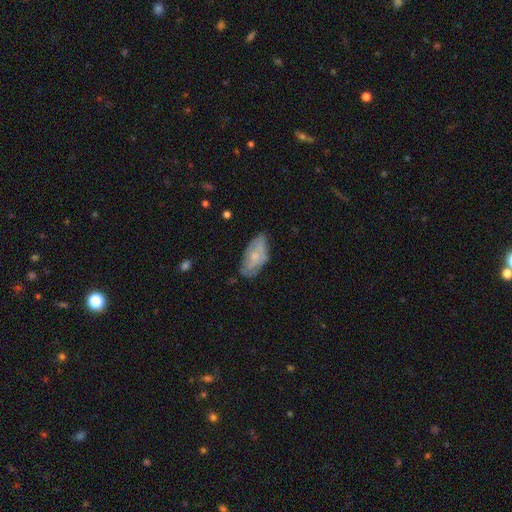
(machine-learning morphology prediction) This is possibly a featured or disk galaxy (47%). Merging: likely none (62%).